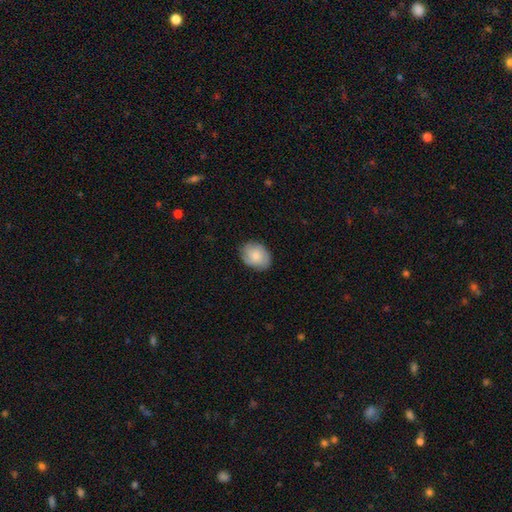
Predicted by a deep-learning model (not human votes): The model was most divided on "smooth or featured": smooth: 61%, featured or disk: 32%, star or artifact: 7%. More confident: merging — none (77%); how rounded — in between (65%).